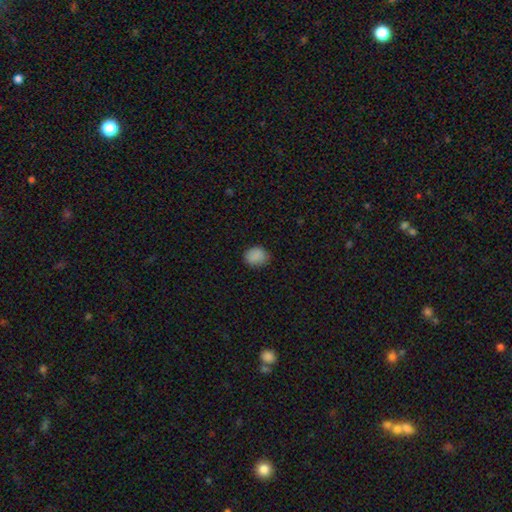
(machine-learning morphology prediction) This appears to be a smooth galaxy with no disk features (87%) that is round (64%). Merging: none (82%).